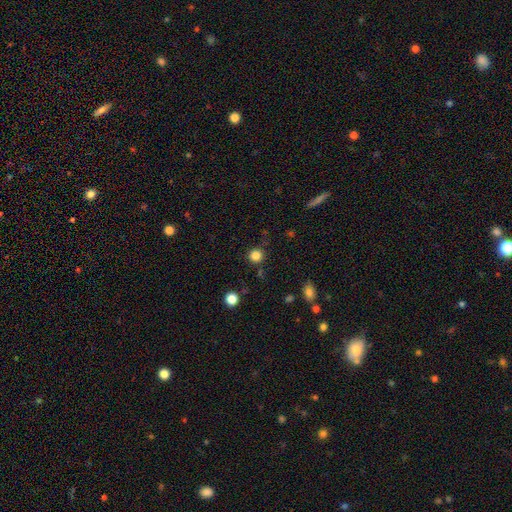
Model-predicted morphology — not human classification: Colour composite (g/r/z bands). It shows a smooth galaxy with no disk features (83%) that is round (93%). Merging: none (85%).